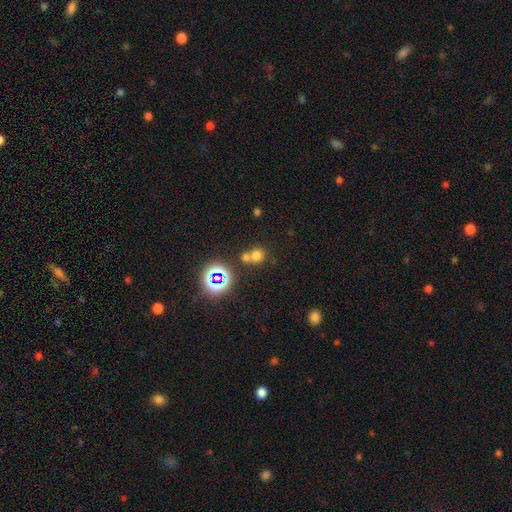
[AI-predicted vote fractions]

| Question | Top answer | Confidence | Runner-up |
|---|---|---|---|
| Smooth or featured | smooth | 66% | star or artifact (25%) |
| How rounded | round | 82% | in between (17%) |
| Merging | none | 48% | merger (41%) |